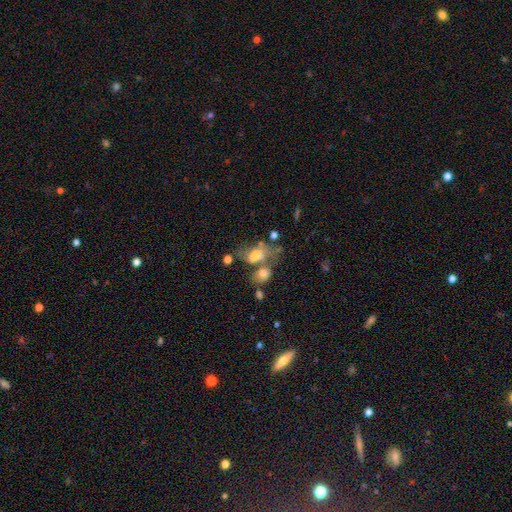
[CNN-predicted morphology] This appears to be a smooth galaxy with no disk features (60%) that is in between round and cigar-shaped (80%). Merging: merger (39%).